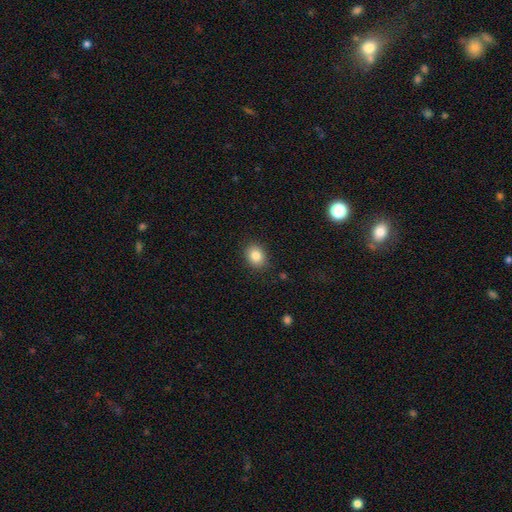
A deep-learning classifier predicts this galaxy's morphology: Q: Smooth or featured?
A: smooth (84%); runner-up: star or artifact (10%)
Q: How rounded?
A: round (53%); runner-up: in between (46%)
Q: Merging?
A: none (88%); runner-up: minor disturbance (9%)